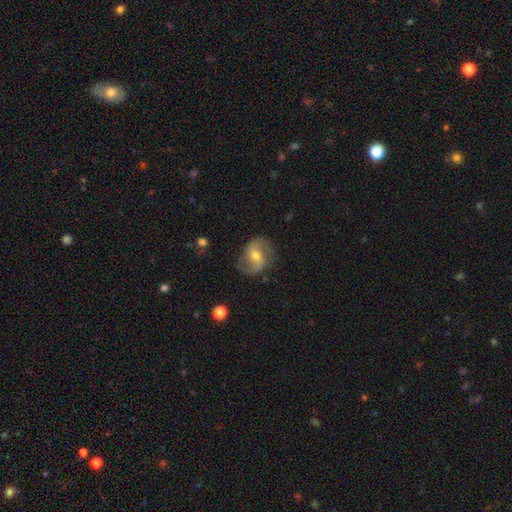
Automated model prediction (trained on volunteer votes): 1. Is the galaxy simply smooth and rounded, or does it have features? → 76% featured or disk, 18% smooth, 6% star or artifact.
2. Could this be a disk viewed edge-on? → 97% no, 3% yes.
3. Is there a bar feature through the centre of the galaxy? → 47% weak, 34% no, 19% strong.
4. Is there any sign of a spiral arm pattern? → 92% yes, 8% no.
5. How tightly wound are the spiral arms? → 47% medium, 39% loose, 14% tight.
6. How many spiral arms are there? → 90% 2, 4% can't tell, 2% 1, 1% 3, 1% 4, 1% more than 4.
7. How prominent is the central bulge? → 59% moderate, 34% small, 4% large, 2% none, 1% dominant.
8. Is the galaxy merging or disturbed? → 76% none, 16% minor disturbance, 7% major disturbance, 1% merger.